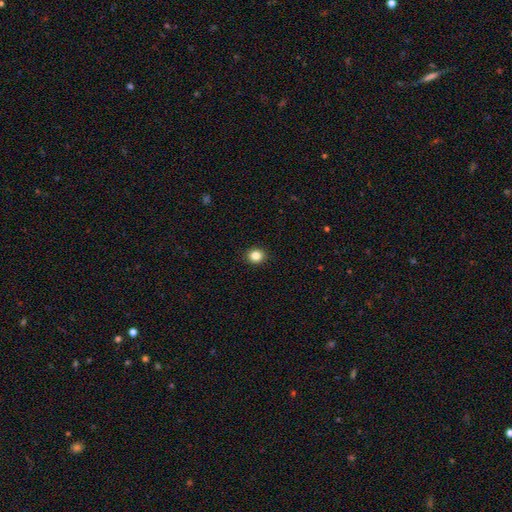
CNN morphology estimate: smooth-or-featured: smooth: 84% | star or artifact: 11% | featured or disk: 5%
  how-rounded: round: 81% | in between: 18% | cigar-shaped: 1%
  merging: none: 92% | minor disturbance: 5% | major disturbance: 2% | merger: 1%